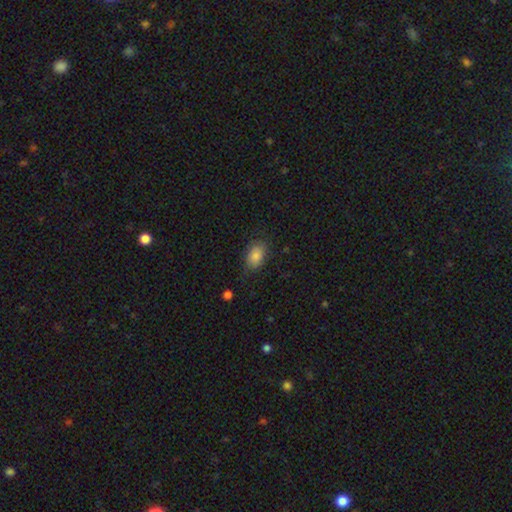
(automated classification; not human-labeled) Smooth or featured? Predicted: smooth (p=0.84). How rounded? Predicted: in between (p=0.86). Merging? Predicted: none (p=0.74).